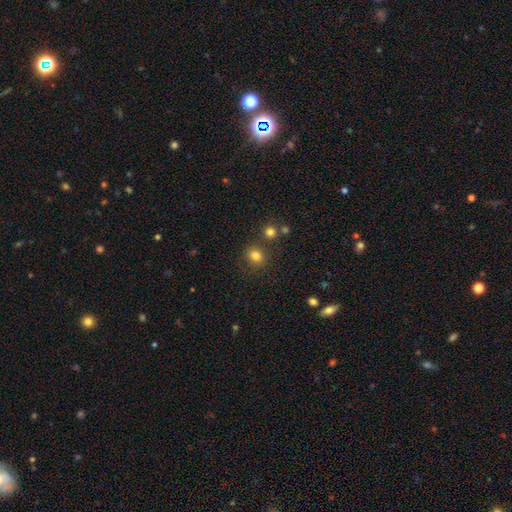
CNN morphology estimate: smooth_or_featured: smooth (p=0.80) [alt: star or artifact p=0.14]
how_rounded: round (p=0.78) [alt: in between p=0.22]
merging: none (p=0.77) [alt: minor disturbance p=0.10]